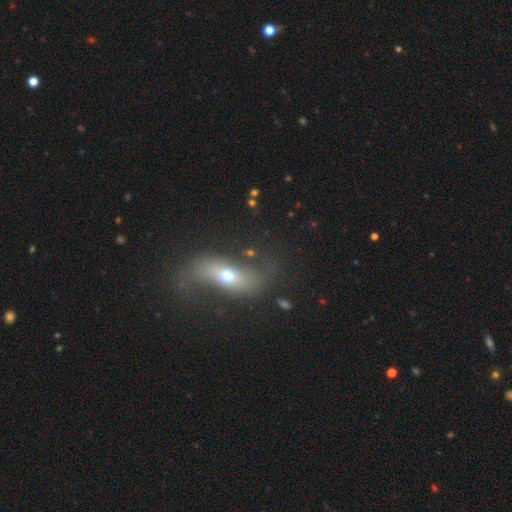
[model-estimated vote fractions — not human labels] Smooth or featured? featured or disk (70%)
Edge-on disk? no (82%)
Bar? no (43%)
Spiral arms? yes (80%)
Bulge size? moderate (55%)
Merging? none (67%)